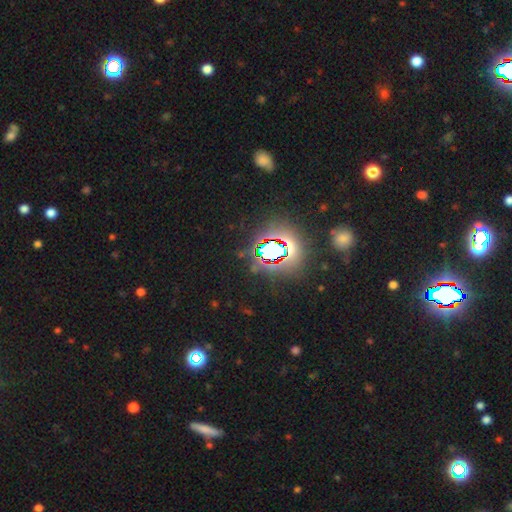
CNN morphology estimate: Q: Smooth or featured?
A: star or artifact (83%); runner-up: smooth (10%)